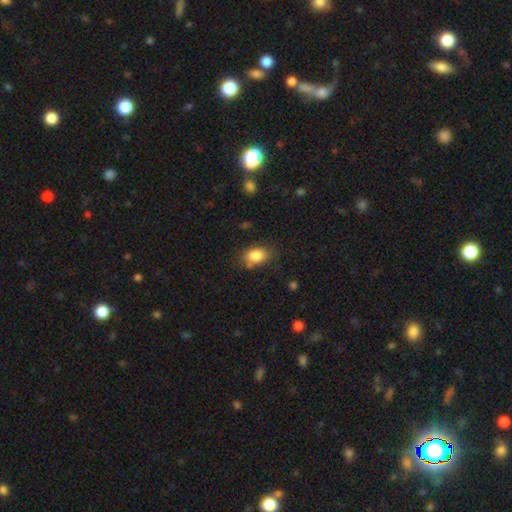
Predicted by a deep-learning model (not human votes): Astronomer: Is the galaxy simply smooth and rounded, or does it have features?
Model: smooth — 85%.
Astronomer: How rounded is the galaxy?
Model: in between — 82%.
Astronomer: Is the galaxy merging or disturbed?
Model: none — 73%.